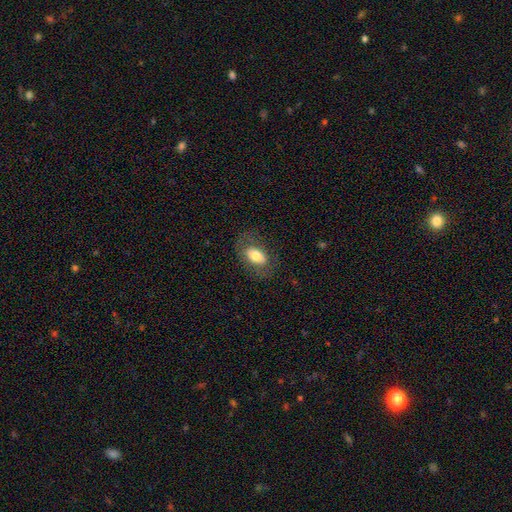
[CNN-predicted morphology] Smooth or featured: smooth — 70% (featured or disk — 22%)
How rounded: in between — 88% (round — 10%)
Merging: none — 74% (minor disturbance — 16%)